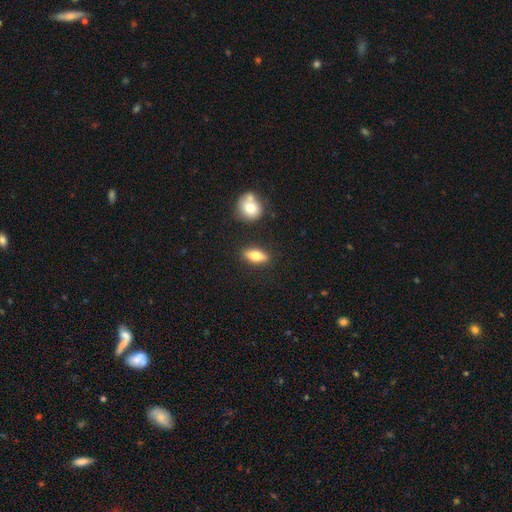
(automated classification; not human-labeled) smooth-or-featured: smooth: 69% | featured or disk: 24% | star or artifact: 7%
  how-rounded: in between: 72% | cigar-shaped: 22% | round: 6%
  merging: none: 85% | minor disturbance: 9% | merger: 4% | major disturbance: 2%